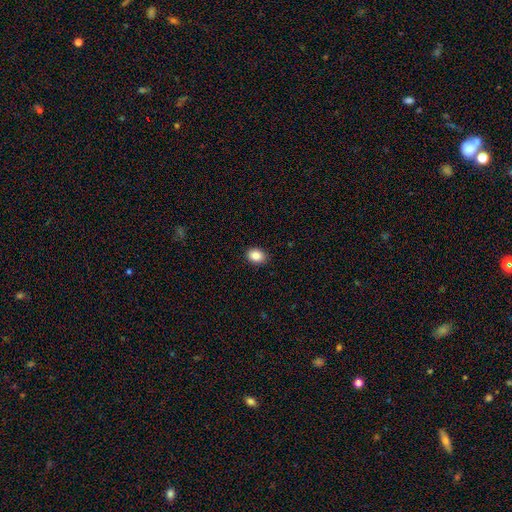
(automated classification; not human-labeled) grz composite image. It shows a smooth galaxy with no disk features (87%) that is in between round and cigar-shaped (64%). Merging: none (89%).